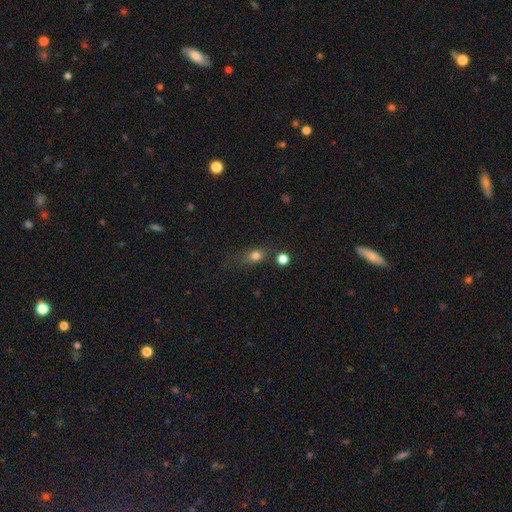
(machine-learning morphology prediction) Smooth or featured: smooth — 77% (star or artifact — 14%)
How rounded: in between — 48% (round — 47%)
Merging: none — 60% (minor disturbance — 21%)